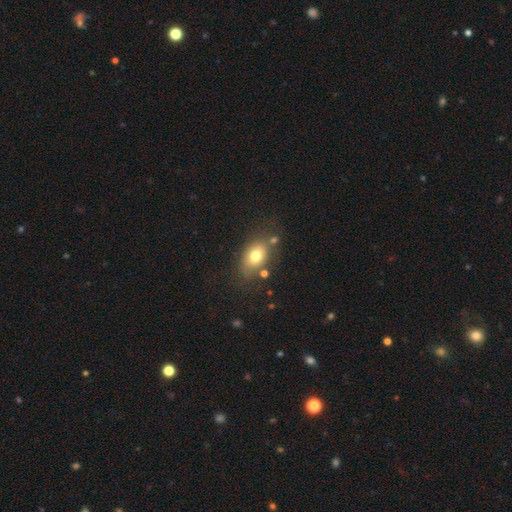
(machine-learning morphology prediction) Smooth or featured? smooth (74%)
How rounded? in between (78%)
Merging? none (66%)